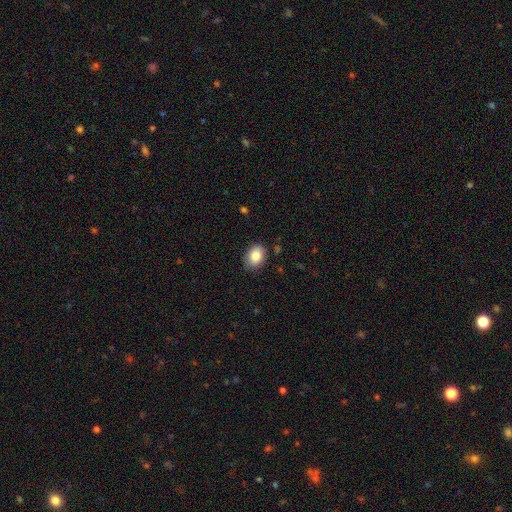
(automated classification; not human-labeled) smooth-or-featured: smooth: 84% | featured or disk: 8% | star or artifact: 8%
  how-rounded: in between: 70% | round: 29% | cigar-shaped: 1%
  merging: none: 83% | minor disturbance: 13% | major disturbance: 2% | merger: 1%